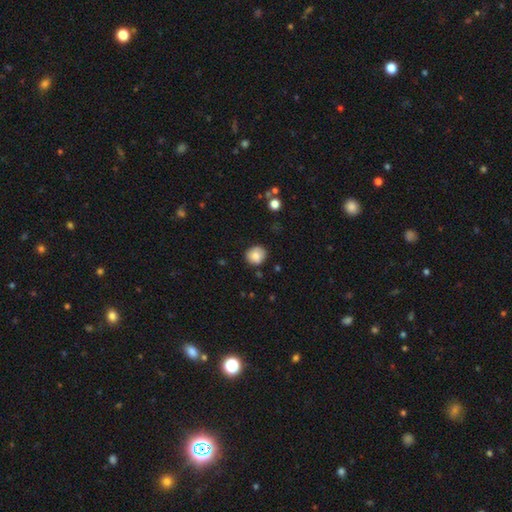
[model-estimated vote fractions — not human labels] Morphology: type=smooth (84%); roundness=round (82%); merging=none (82%).